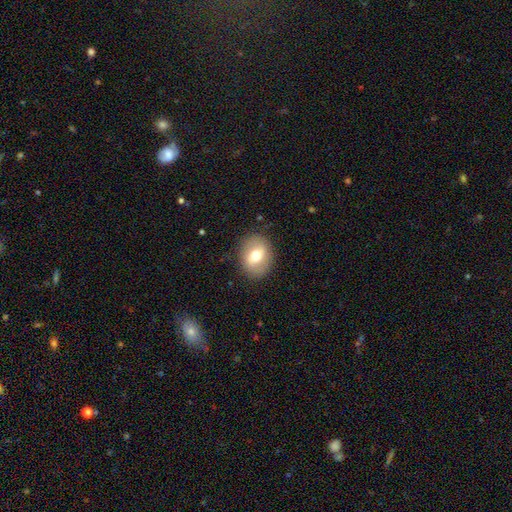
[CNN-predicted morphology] Overall: smooth (62%; featured or disk 31%). How rounded: in between (54%; round 45%). Merging: none (85%).